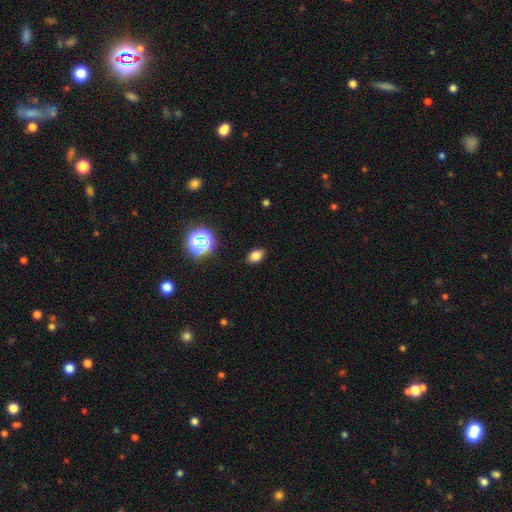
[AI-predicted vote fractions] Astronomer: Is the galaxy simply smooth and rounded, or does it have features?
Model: smooth — 77%.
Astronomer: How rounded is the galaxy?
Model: in between — 83%.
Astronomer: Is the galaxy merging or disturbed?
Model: none — 87%.